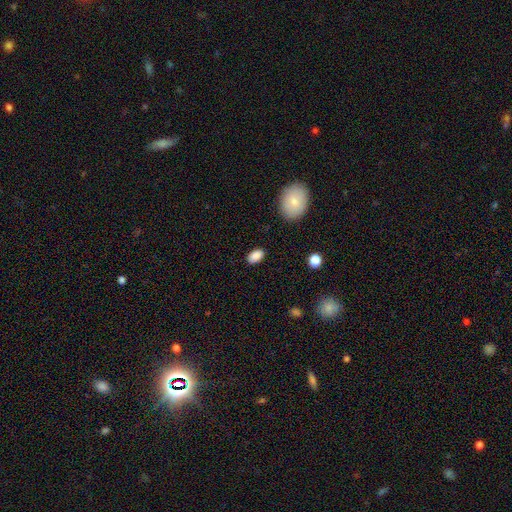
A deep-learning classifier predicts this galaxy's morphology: The model was most divided on "merging": none: 87%, minor disturbance: 9%, major disturbance: 2%, merger: 1%. More confident: how rounded — in between (91%); smooth or featured — smooth (87%).